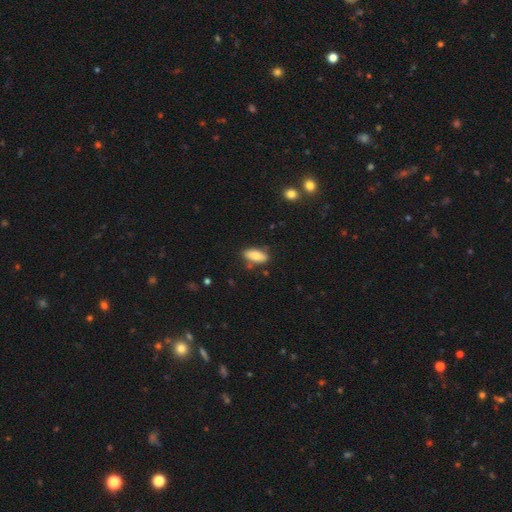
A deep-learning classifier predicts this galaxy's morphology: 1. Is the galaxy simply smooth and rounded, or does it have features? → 82% smooth, 11% featured or disk, 7% star or artifact.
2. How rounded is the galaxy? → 81% in between, 16% cigar-shaped, 3% round.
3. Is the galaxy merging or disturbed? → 79% none, 15% minor disturbance, 4% merger, 3% major disturbance.